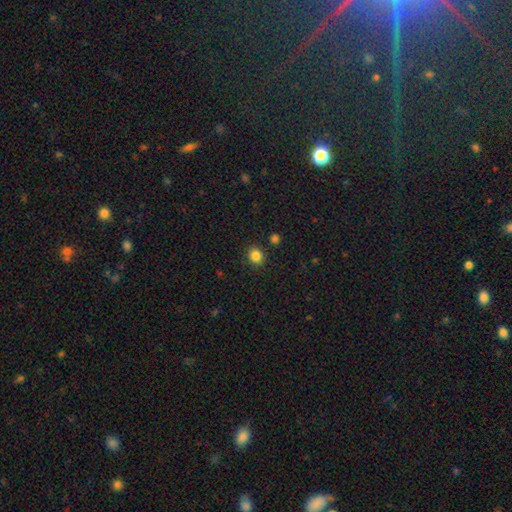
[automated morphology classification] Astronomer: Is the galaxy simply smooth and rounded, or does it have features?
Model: smooth — 84%.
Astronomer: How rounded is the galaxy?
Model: round — 78%.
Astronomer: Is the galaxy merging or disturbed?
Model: none — 87%.